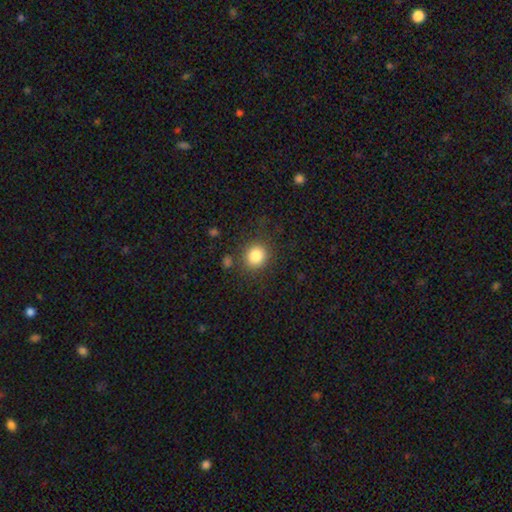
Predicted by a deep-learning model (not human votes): smooth 84%, star or artifact 10%, featured or disk 5%. Down the decision tree: how rounded — round (86%); merging — none (83%).